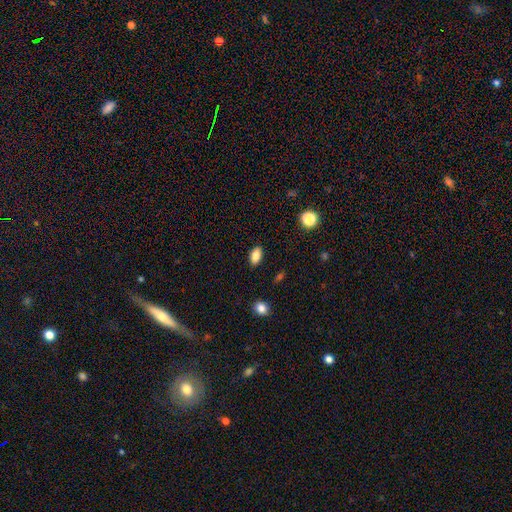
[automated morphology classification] Overall: smooth (85%). How rounded: in between (90%). Merging: none (88%).